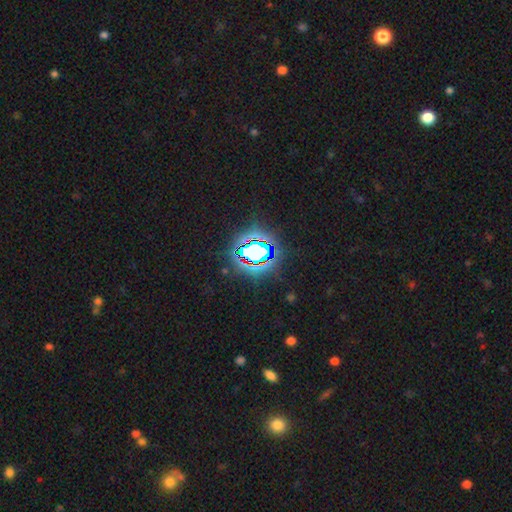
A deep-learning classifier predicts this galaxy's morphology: star or artifact 79%, smooth 13%, featured or disk 8%.